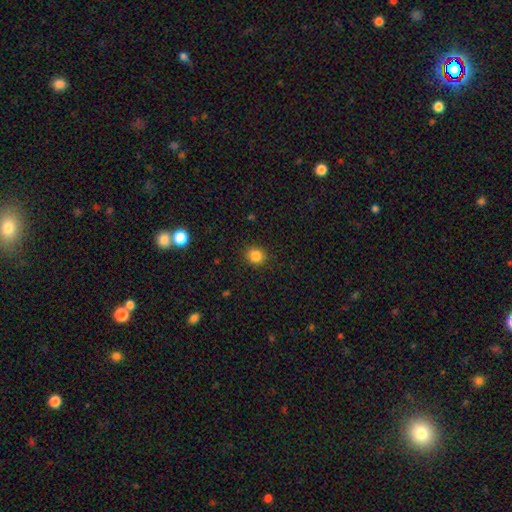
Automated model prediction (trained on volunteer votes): Q: Smooth or featured?
A: smooth (85%); runner-up: star or artifact (11%)
Q: How rounded?
A: round (85%); runner-up: in between (14%)
Q: Merging?
A: none (90%); runner-up: minor disturbance (7%)